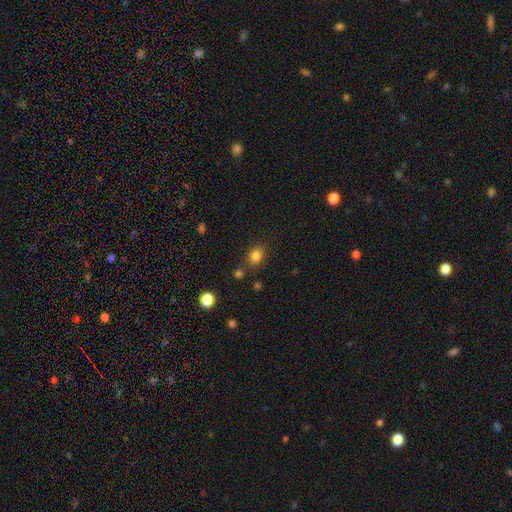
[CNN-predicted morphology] This is clearly a smooth galaxy (81%). How rounded: possibly round (50%). Merging: likely none (76%).